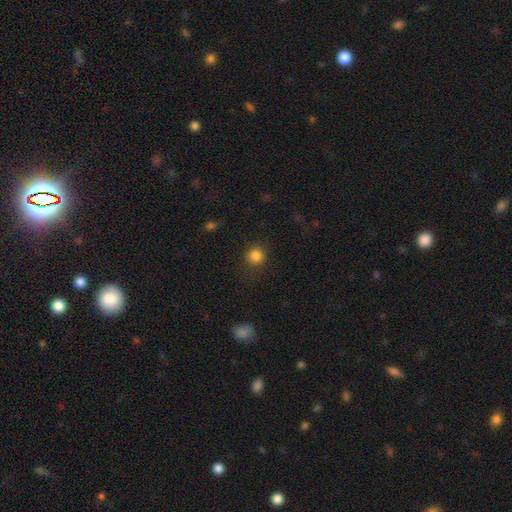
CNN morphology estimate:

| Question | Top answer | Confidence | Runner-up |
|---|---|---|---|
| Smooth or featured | smooth | 85% | star or artifact (12%) |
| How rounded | round | 93% | in between (6%) |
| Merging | none | 88% | minor disturbance (7%) |